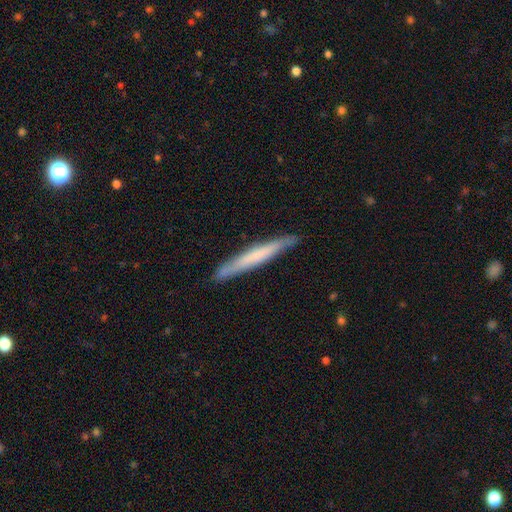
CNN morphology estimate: This is possibly a smooth galaxy (54%). How rounded: clearly cigar-shaped (96%). Merging: clearly none (88%).